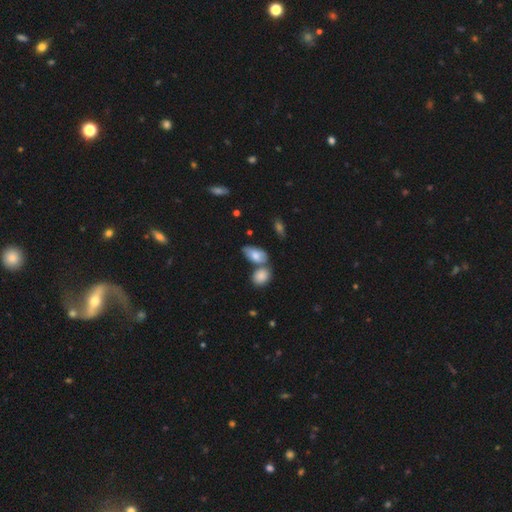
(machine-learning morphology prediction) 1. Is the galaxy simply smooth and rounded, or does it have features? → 75% smooth, 17% featured or disk, 8% star or artifact.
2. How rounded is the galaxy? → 88% in between, 8% round, 4% cigar-shaped.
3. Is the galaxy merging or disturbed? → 43% none, 35% merger, 17% minor disturbance, 6% major disturbance.